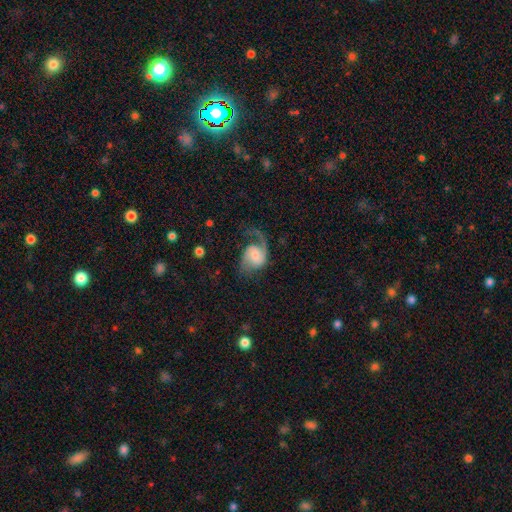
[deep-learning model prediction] smooth_or_featured: featured or disk (p=0.78) [alt: smooth p=0.16]
disk_edge_on: no (p=0.98) [alt: yes p=0.02]
bar: no (p=0.52) [alt: weak p=0.40]
has_spiral_arms: yes (p=0.95) [alt: no p=0.05]
spiral_winding: loose (p=0.50) [alt: medium p=0.39]
spiral_arm_count: 2 (p=0.60) [alt: 1 p=0.34]
bulge_size: small (p=0.38) [alt: moderate p=0.35]
merging: none (p=0.45) [alt: major disturbance p=0.33]